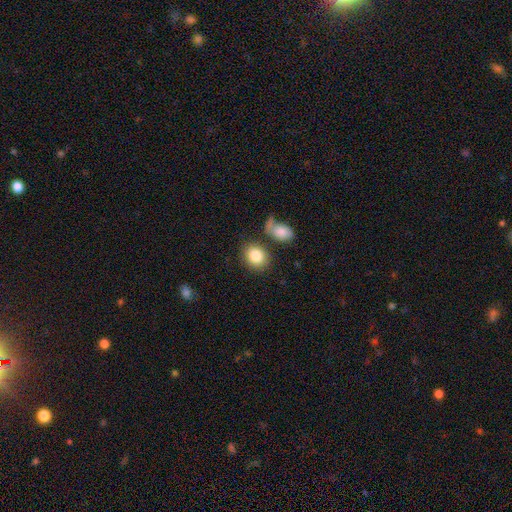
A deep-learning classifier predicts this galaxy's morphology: smooth 85%, featured or disk 8%, star or artifact 7%. Down the decision tree: how rounded — round (51%); merging — none (66%).